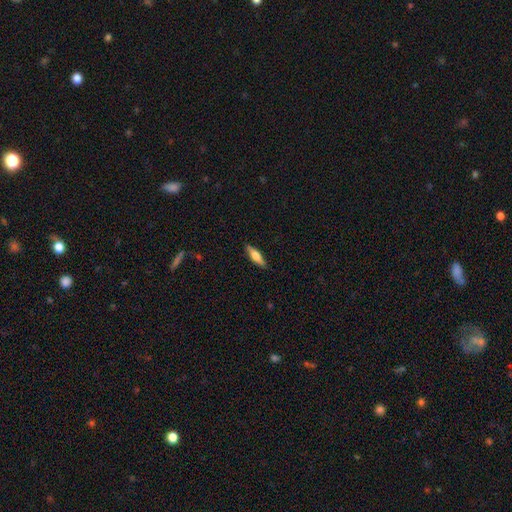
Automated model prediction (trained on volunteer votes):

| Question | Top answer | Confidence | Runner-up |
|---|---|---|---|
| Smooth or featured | smooth | 56% | featured or disk (38%) |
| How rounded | cigar-shaped | 63% | in between (35%) |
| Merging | none | 87% | minor disturbance (10%) |